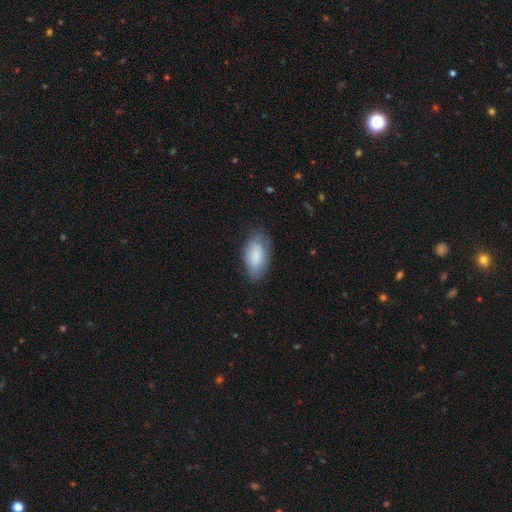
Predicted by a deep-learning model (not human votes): A smooth galaxy with no disk features (80%) that is in between round and cigar-shaped (94%). Merging: none (67%).